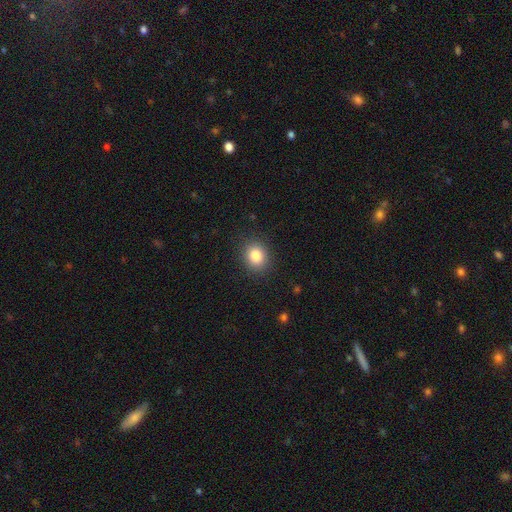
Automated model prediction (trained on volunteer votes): A smooth galaxy with no disk features (83%) that is round (61%). Merging: none (88%).